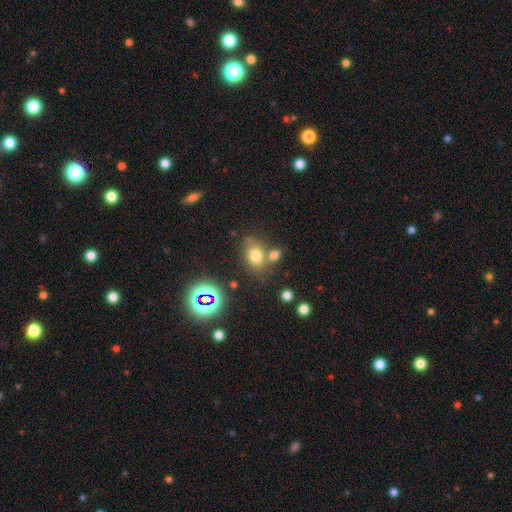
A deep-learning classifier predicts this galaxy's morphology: smooth-or-featured: smooth: 71% | star or artifact: 18% | featured or disk: 11%
  how-rounded: in between: 56% | round: 43% | cigar-shaped: 1%
  merging: none: 59% | merger: 23% | minor disturbance: 13% | major disturbance: 5%